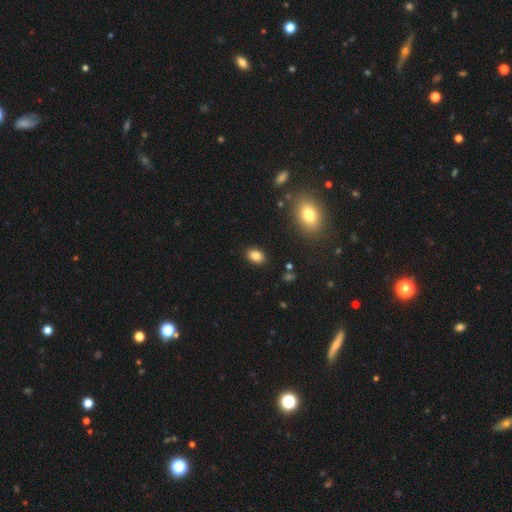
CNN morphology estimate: This appears to be a smooth galaxy with no disk features (83%) that is in between round and cigar-shaped (78%). Merging: none (88%).